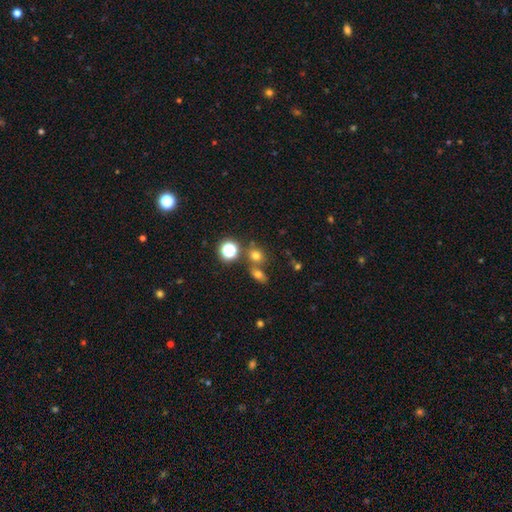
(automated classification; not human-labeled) smooth-or-featured: smooth: 68% | star or artifact: 23% | featured or disk: 9%
  how-rounded: round: 75% | in between: 23% | cigar-shaped: 1%
  merging: none: 61% | merger: 26% | minor disturbance: 9% | major disturbance: 4%